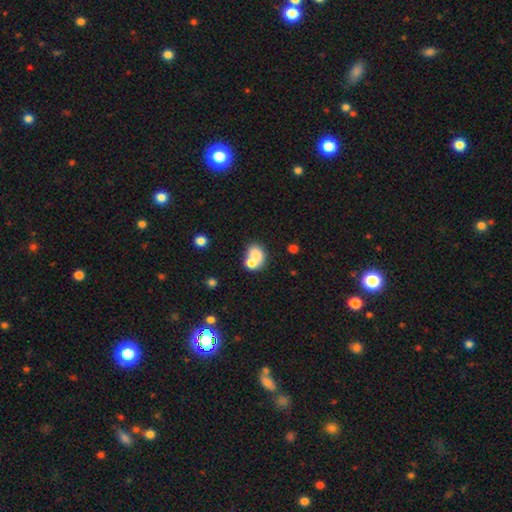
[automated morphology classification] This is likely a smooth galaxy (74%). How rounded: possibly round (51%). Merging: possibly merger (59%).